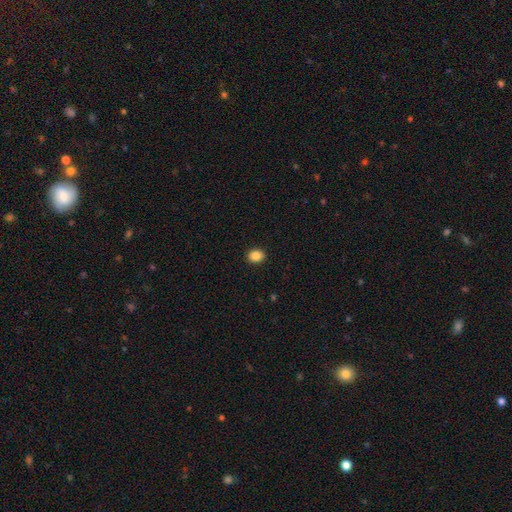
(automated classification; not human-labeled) Q: Smooth or featured?
A: smooth (88%); runner-up: star or artifact (9%)
Q: How rounded?
A: round (51%); runner-up: in between (48%)
Q: Merging?
A: none (92%); runner-up: minor disturbance (6%)